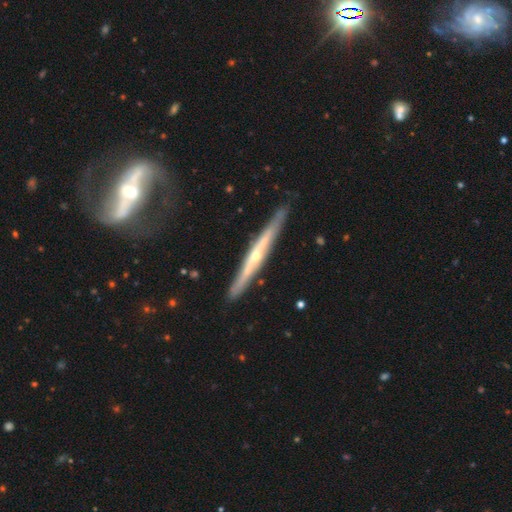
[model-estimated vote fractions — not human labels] This appears to be a featured or disk galaxy (76%) viewed edge-on (96%) with a rounded central bulge (72%). Merging: none (87%).